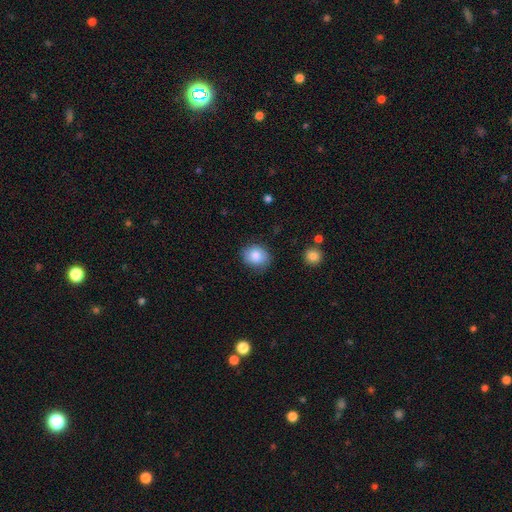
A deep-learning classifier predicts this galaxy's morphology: Overall: smooth (85%). How rounded: round (63%; in between 36%). Merging: none (80%).